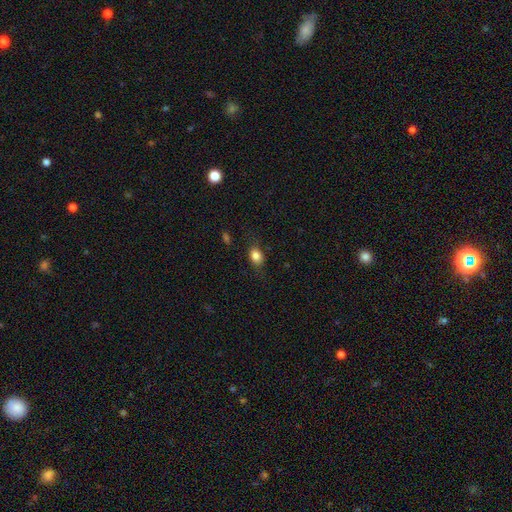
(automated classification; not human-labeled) The model was most divided on "how rounded": in between: 66%, round: 31%, cigar-shaped: 3%. More confident: smooth or featured — smooth (82%); merging — none (76%).